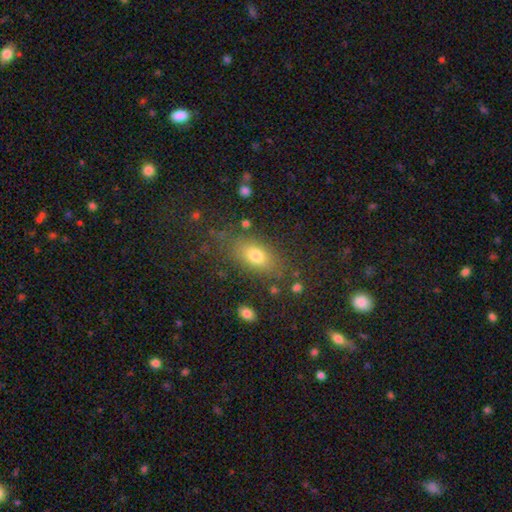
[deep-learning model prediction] Q: Smooth or featured?
A: smooth (75%); runner-up: featured or disk (13%)
Q: How rounded?
A: in between (80%); runner-up: round (11%)
Q: Merging?
A: none (77%); runner-up: minor disturbance (14%)